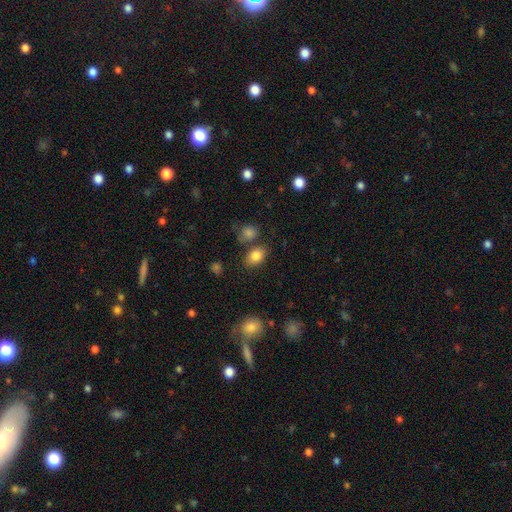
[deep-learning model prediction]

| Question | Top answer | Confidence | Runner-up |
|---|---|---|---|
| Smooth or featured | smooth | 82% | star or artifact (10%) |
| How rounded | in between | 78% | round (20%) |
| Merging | none | 73% | minor disturbance (13%) |